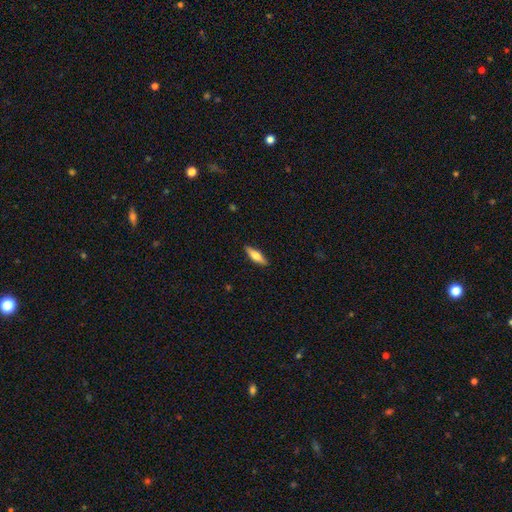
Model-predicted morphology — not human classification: Q: Smooth or featured?
A: smooth (55%); runner-up: featured or disk (39%)
Q: How rounded?
A: cigar-shaped (58%); runner-up: in between (40%)
Q: Merging?
A: none (88%); runner-up: minor disturbance (9%)